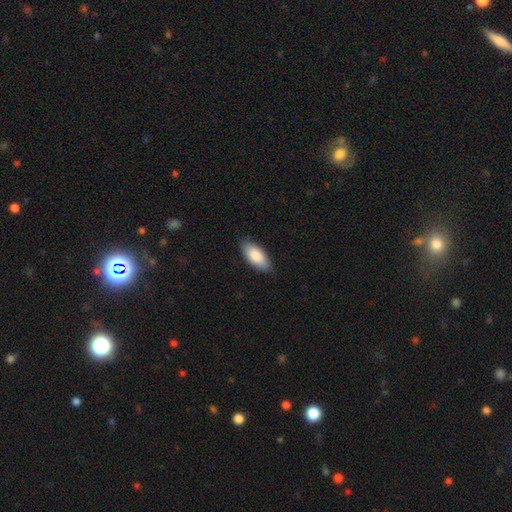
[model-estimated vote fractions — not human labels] smooth_or_featured: smooth (p=0.85) [alt: featured or disk p=0.09]
how_rounded: in between (p=0.88) [alt: cigar-shaped p=0.10]
merging: none (p=0.85) [alt: minor disturbance p=0.12]